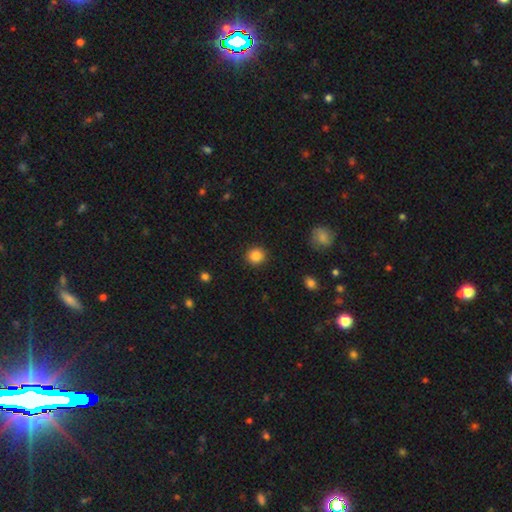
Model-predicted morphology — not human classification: This appears to be a smooth galaxy with no disk features (86%) that is round (91%). Merging: none (91%).